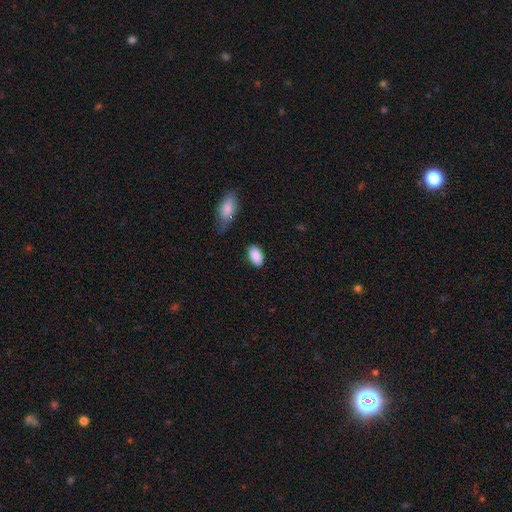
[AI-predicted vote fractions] Overall: smooth (89%). How rounded: in between (93%). Merging: none (81%).